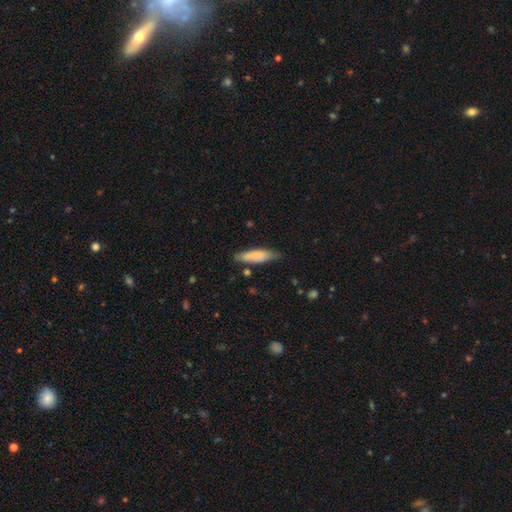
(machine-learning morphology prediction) smooth-or-featured: smooth: 75% | featured or disk: 20% | star or artifact: 6%
  how-rounded: cigar-shaped: 67% | in between: 32% | round: 2%
  merging: none: 77% | minor disturbance: 17% | merger: 3% | major disturbance: 3%